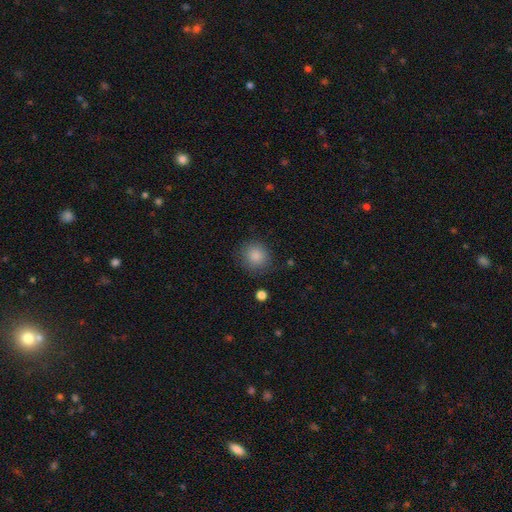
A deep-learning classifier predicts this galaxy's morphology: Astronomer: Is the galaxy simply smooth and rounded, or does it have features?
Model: smooth — 87%.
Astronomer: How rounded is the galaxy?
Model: round — 85%.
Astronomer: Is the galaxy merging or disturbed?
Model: none — 83%.